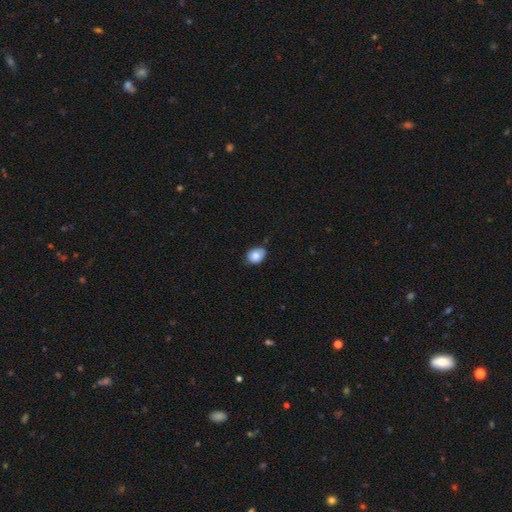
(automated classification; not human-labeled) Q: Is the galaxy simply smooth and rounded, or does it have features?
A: smooth — 83%.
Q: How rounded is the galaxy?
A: in between — 57%.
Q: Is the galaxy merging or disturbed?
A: none — 67%.